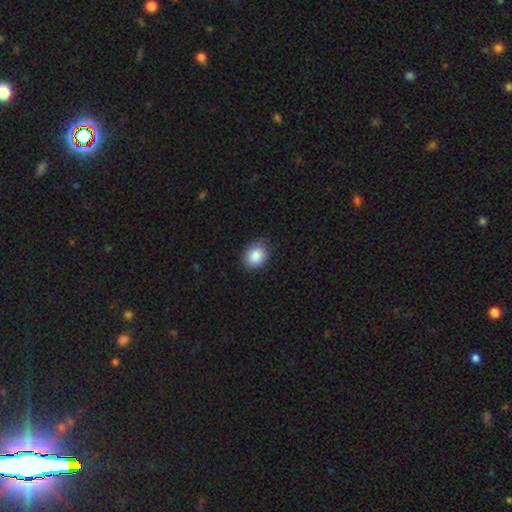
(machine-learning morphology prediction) A smooth galaxy with no disk features (88%) that is round (55%).

Vote fractions:
- Smooth or featured? smooth: 88% / star or artifact: 8% / featured or disk: 4%
- How rounded? round: 55% / in between: 44% / cigar-shaped: 1%
- Merging? none: 82% / minor disturbance: 15% / major disturbance: 3% / merger: 1%